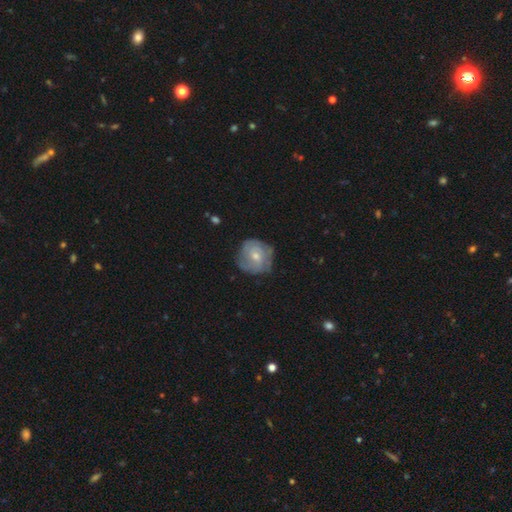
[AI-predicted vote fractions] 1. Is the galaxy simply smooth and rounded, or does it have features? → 55% featured or disk, 39% smooth, 6% star or artifact.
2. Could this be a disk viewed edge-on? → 97% no, 3% yes.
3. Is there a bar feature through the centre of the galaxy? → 69% no, 27% weak, 4% strong.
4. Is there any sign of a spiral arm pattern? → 71% yes, 29% no.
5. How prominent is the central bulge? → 54% moderate, 41% small, 3% large, 2% none, 1% dominant.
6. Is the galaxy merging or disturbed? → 68% none, 23% minor disturbance, 7% major disturbance, 1% merger.